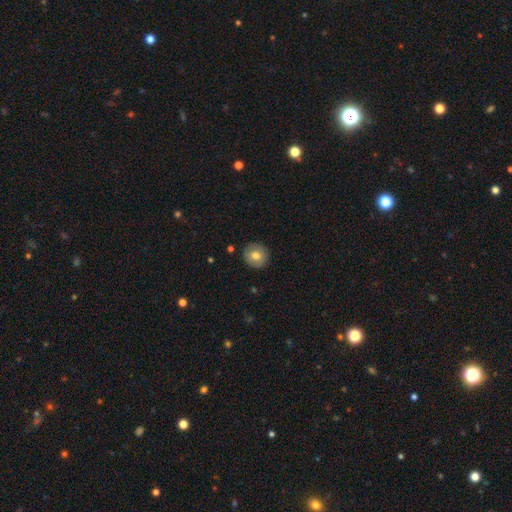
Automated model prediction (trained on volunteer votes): Smooth or featured?
  - smooth: 76% *
  - featured or disk: 16%
  - star or artifact: 8%
How rounded?
  - round: 91% *
  - in between: 8%
  - cigar-shaped: 1%
Merging?
  - none: 90% *
  - minor disturbance: 7%
  - major disturbance: 2%
  - merger: 1%